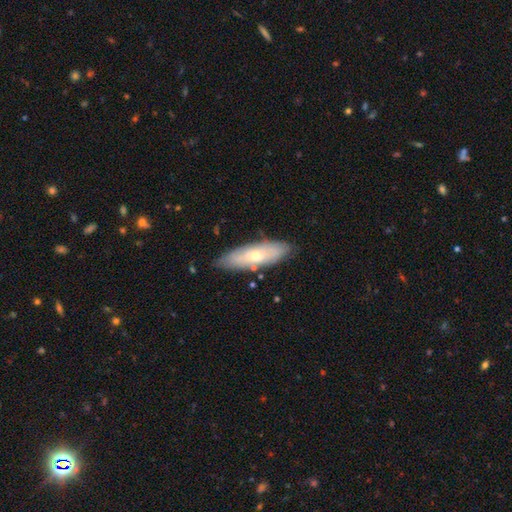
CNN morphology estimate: Q: Smooth or featured?
A: smooth (51%); runner-up: featured or disk (43%)
Q: How rounded?
A: in between (52%); runner-up: cigar-shaped (46%)
Q: Merging?
A: none (81%); runner-up: minor disturbance (14%)